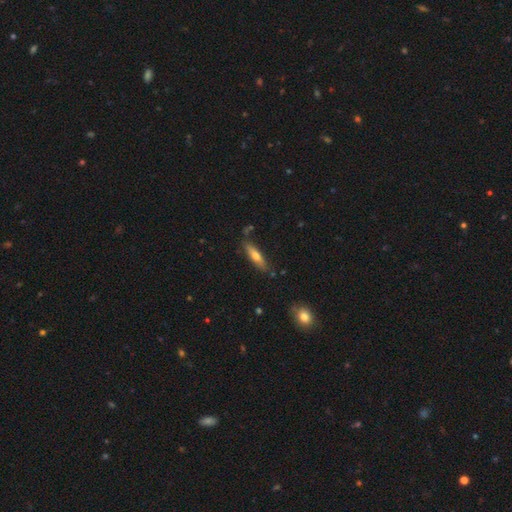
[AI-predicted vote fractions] smooth-or-featured: smooth: 59% | featured or disk: 35% | star or artifact: 6%
  how-rounded: cigar-shaped: 74% | in between: 24% | round: 2%
  merging: none: 79% | minor disturbance: 15% | merger: 4% | major disturbance: 3%